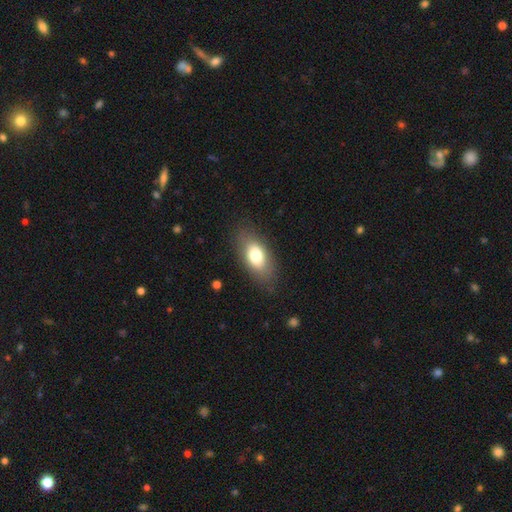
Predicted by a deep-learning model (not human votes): Smooth or featured?
  - smooth: 72% *
  - featured or disk: 20%
  - star or artifact: 8%
How rounded?
  - in between: 88% *
  - round: 7%
  - cigar-shaped: 5%
Merging?
  - none: 82% *
  - minor disturbance: 13%
  - major disturbance: 5%
  - merger: 1%